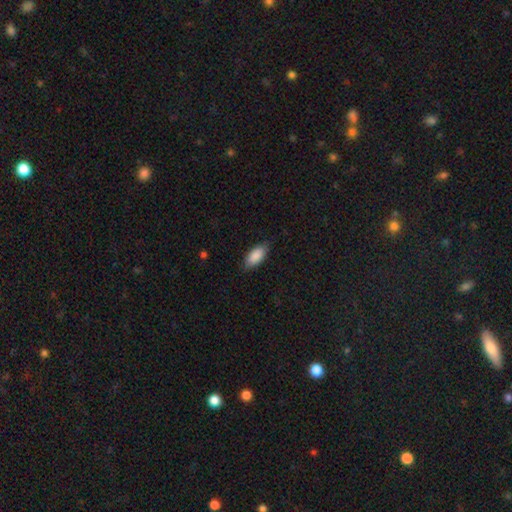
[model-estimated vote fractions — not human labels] Smooth or featured? smooth (88%)
How rounded? in between (89%)
Merging? none (80%)